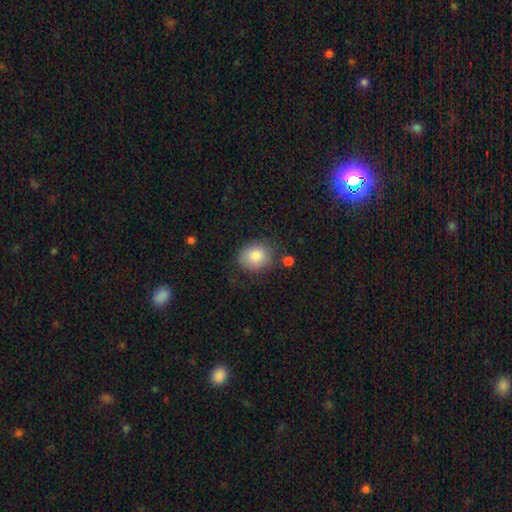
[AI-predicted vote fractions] Overall: smooth (82%). How rounded: round (60%; in between 39%). Merging: none (72%).